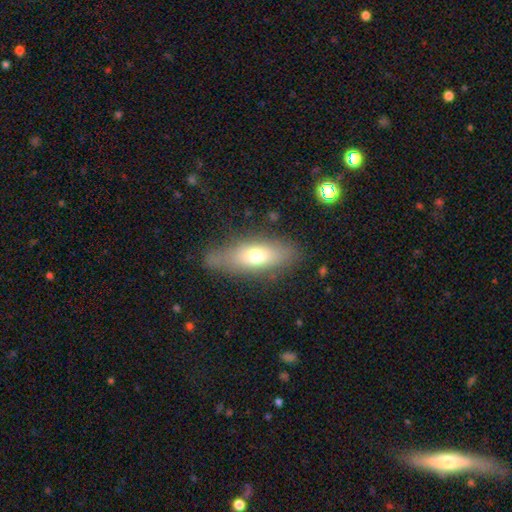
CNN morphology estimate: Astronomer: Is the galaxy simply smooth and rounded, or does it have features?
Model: smooth — 65%.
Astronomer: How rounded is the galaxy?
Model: in between — 62%.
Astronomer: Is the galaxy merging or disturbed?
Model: none — 73%.